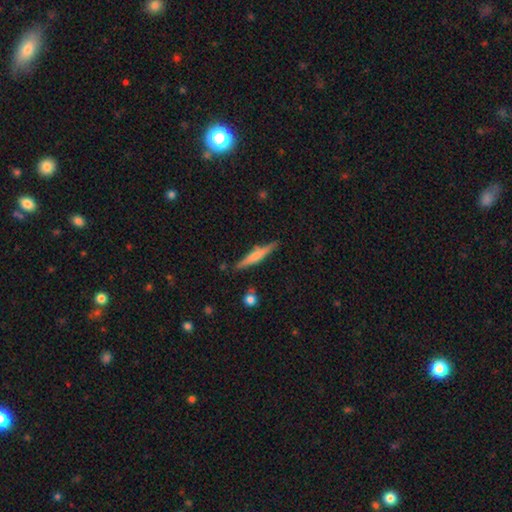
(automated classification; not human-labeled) featured or disk 51%, smooth 43%, star or artifact 6%. Down the decision tree: edge-on disk — yes (97%); merging — none (85%).